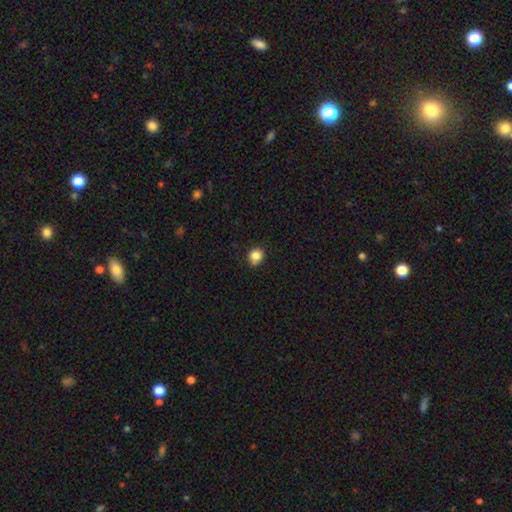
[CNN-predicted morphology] Smooth or featured? Predicted: smooth (p=0.84). How rounded? Predicted: round (p=0.80). Merging? Predicted: none (p=0.75).